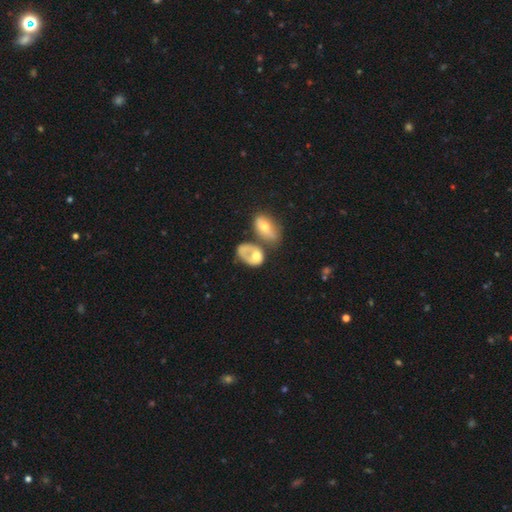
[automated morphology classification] A smooth galaxy with no disk features (58%) that is in between round and cigar-shaped (76%). Merging: merger (39%).